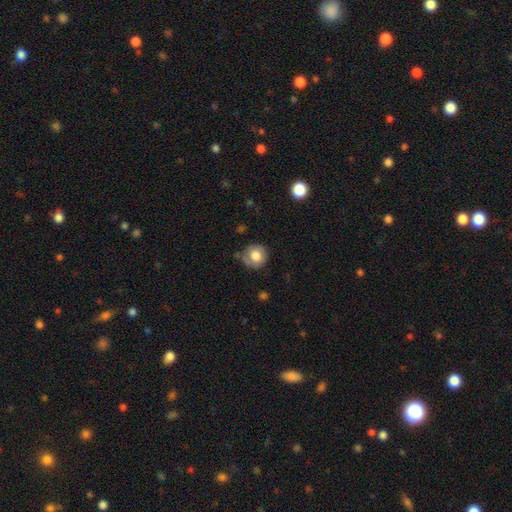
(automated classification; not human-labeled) A smooth galaxy with no disk features (77%) that is round (89%).

Vote fractions:
- Smooth or featured? smooth: 77% / featured or disk: 15% / star or artifact: 8%
- How rounded? round: 89% / in between: 10% / cigar-shaped: 1%
- Merging? none: 69% / minor disturbance: 23% / major disturbance: 6% / merger: 2%